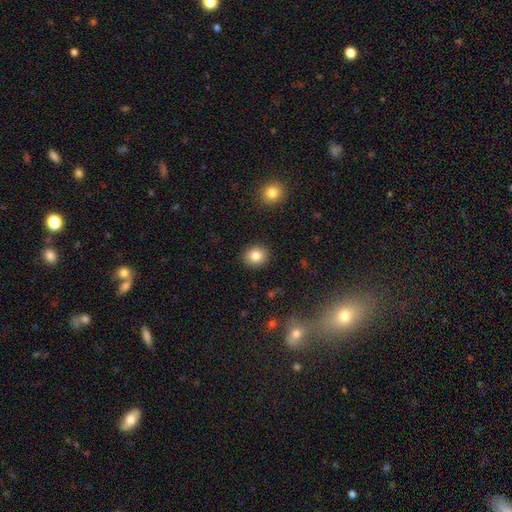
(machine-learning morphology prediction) This is clearly a smooth galaxy (84%). How rounded: clearly round (82%). Merging: clearly none (91%).